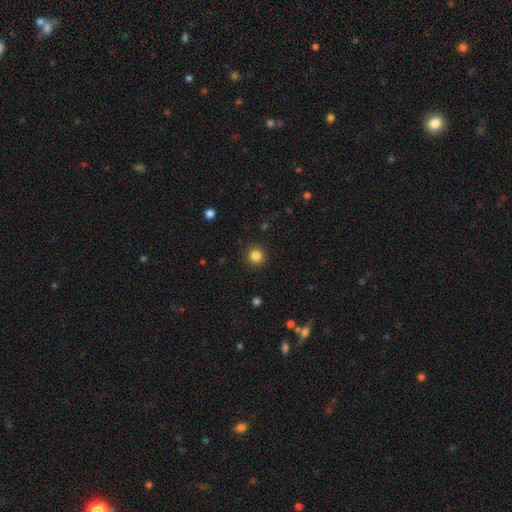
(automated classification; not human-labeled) Q: Smooth or featured?
A: smooth (84%); runner-up: star or artifact (11%)
Q: How rounded?
A: round (93%); runner-up: in between (6%)
Q: Merging?
A: none (91%); runner-up: minor disturbance (6%)